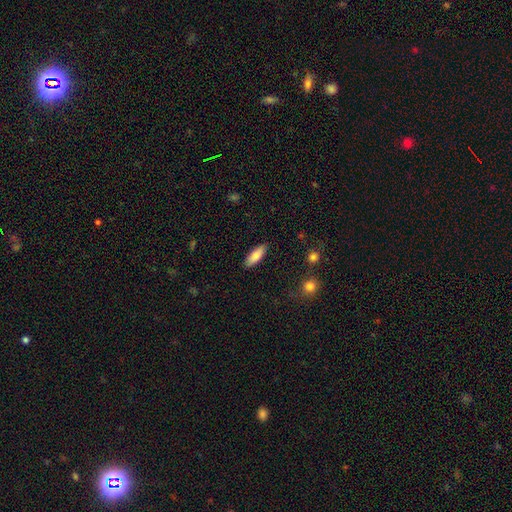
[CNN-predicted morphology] smooth-or-featured: smooth: 82% | featured or disk: 11% | star or artifact: 6%
  how-rounded: in between: 63% | cigar-shaped: 35% | round: 2%
  merging: none: 88% | minor disturbance: 9% | major disturbance: 2% | merger: 1%